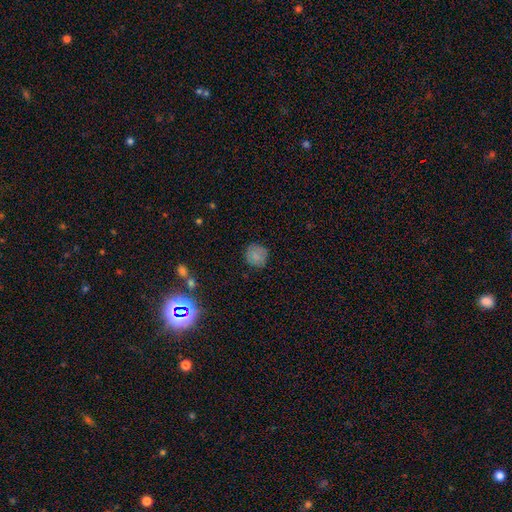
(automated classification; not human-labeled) Morphology: type=smooth (78%); roundness=round (89%); merging=none (81%).